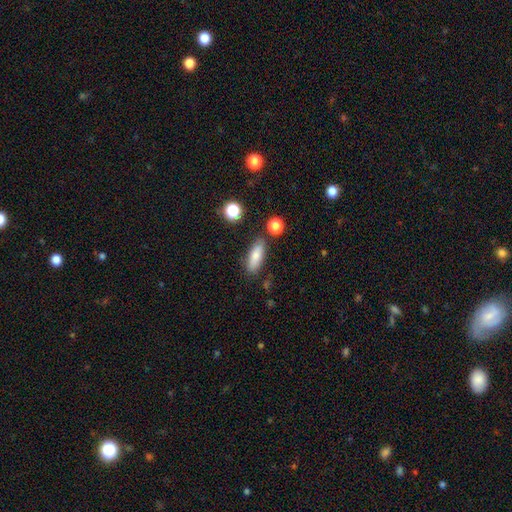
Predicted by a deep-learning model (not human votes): Smooth or featured? smooth (79%)
How rounded? in between (63%)
Merging? none (79%)